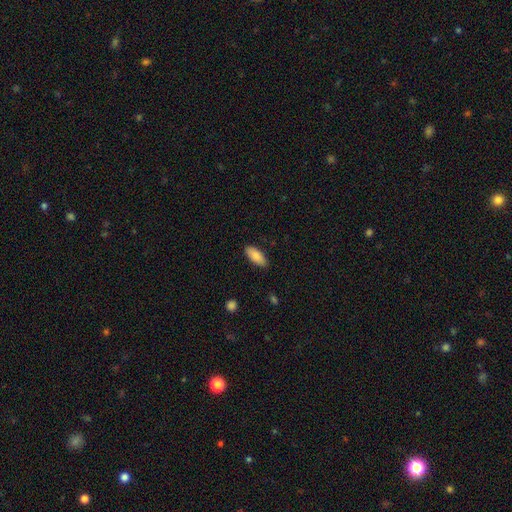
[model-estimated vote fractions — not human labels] Overall: smooth (86%). How rounded: in between (84%). Merging: none (87%).